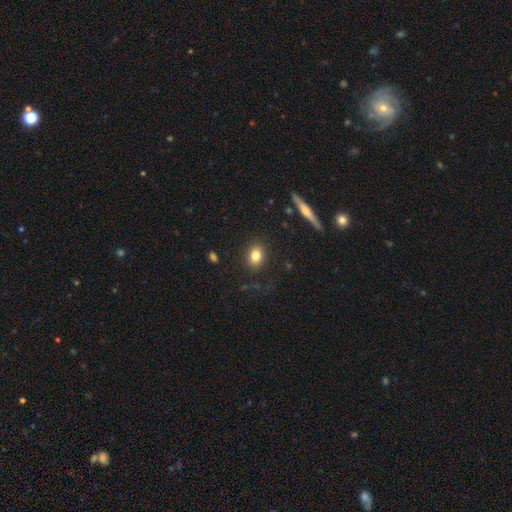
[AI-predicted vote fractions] Overall: smooth (81%). How rounded: in between (57%; round 42%). Merging: none (87%).